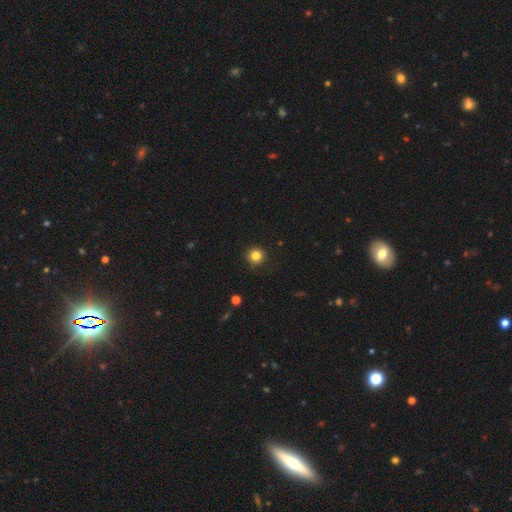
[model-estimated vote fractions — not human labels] This is clearly a smooth galaxy (83%). How rounded: clearly round (96%). Merging: clearly none (91%).